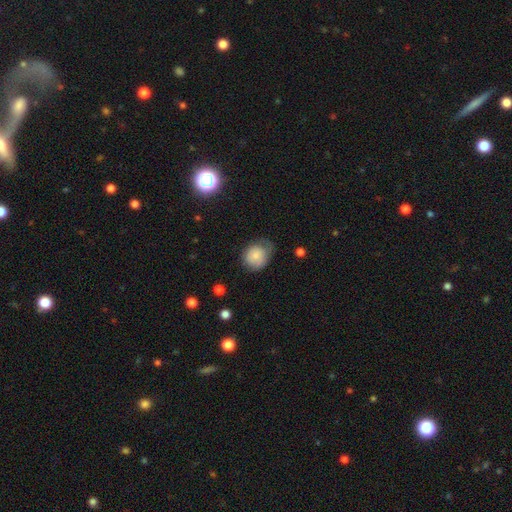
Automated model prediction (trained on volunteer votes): A smooth galaxy with no disk features (75%) that is round (65%). Merging: none (45%).